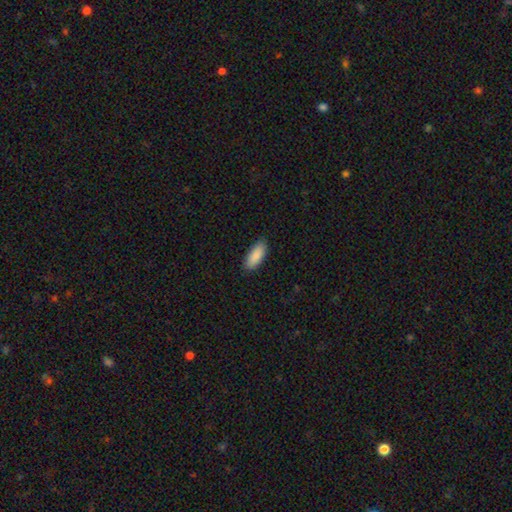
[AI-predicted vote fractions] Morphology: type=smooth (90%); roundness=in between (80%); merging=none (87%).